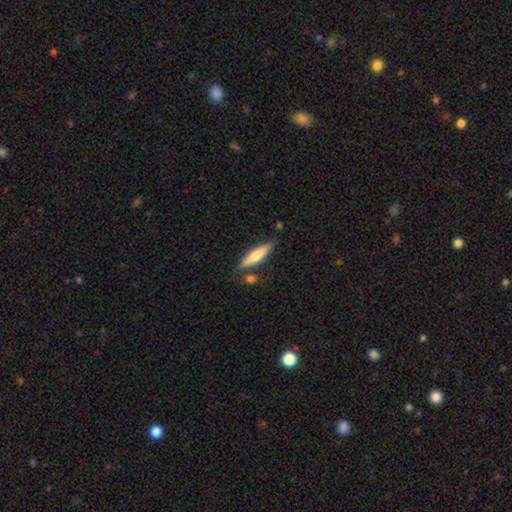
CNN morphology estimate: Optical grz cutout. It shows a smooth galaxy with no disk features (54%) that is cigar-shaped (79%). Merging: none (76%).